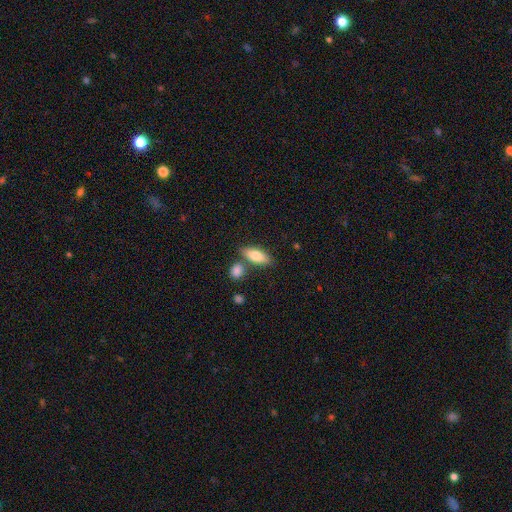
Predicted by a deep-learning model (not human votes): Smooth or featured: smooth — 78% (featured or disk — 16%)
How rounded: in between — 75% (cigar-shaped — 22%)
Merging: none — 69% (merger — 15%)